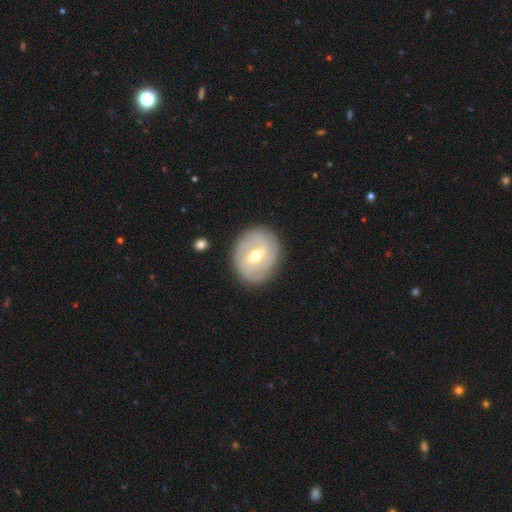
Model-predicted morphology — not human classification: featured or disk 78%, smooth 16%, star or artifact 5%. Down the decision tree: edge-on disk — no (97%); bar — weak (53%); spiral arms — yes (88%); spiral arm count — 2 (34%); spiral winding — tight (60%); bulge size — moderate (68%); merging — none (84%).